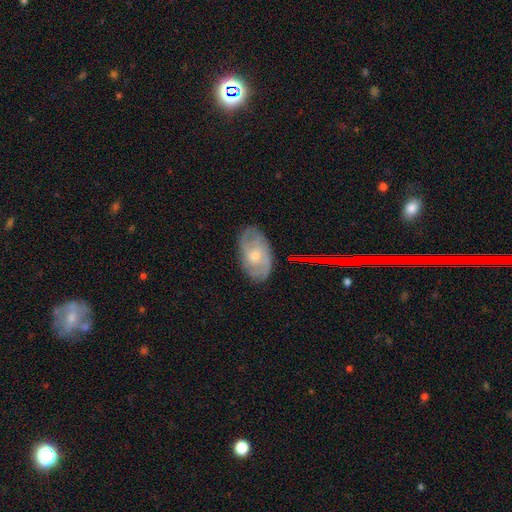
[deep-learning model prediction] Overall: featured or disk (65%; smooth 28%). Edge-on disk: no (94%). Bar: no (69%). Spiral arms: yes (86%). Spiral arm count: can't tell (38%; 2 35%). Spiral winding: tight (45%; medium 39%). Bulge size: small (65%; moderate 30%). Merging: none (79%).